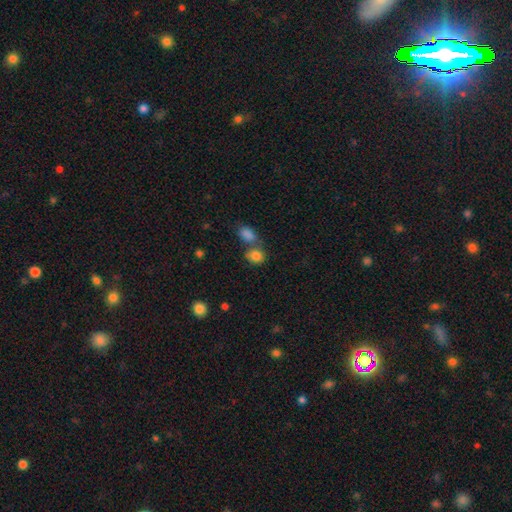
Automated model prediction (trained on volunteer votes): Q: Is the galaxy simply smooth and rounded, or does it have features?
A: smooth — 82%.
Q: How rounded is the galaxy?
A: round — 60%.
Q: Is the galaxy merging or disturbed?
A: none — 48%.